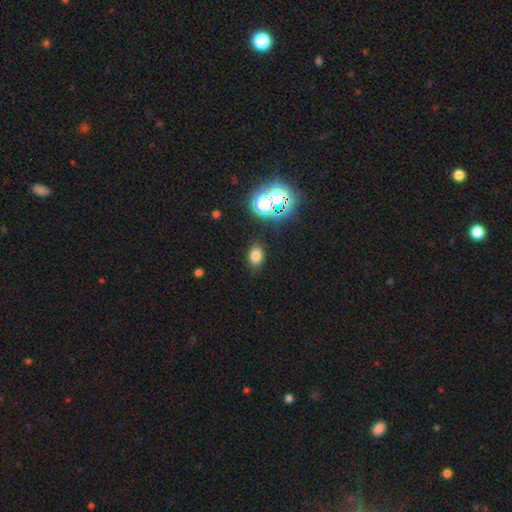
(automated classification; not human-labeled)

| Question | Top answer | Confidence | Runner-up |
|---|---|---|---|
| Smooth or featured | smooth | 74% | star or artifact (19%) |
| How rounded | in between | 74% | round (25%) |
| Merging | none | 85% | minor disturbance (10%) |